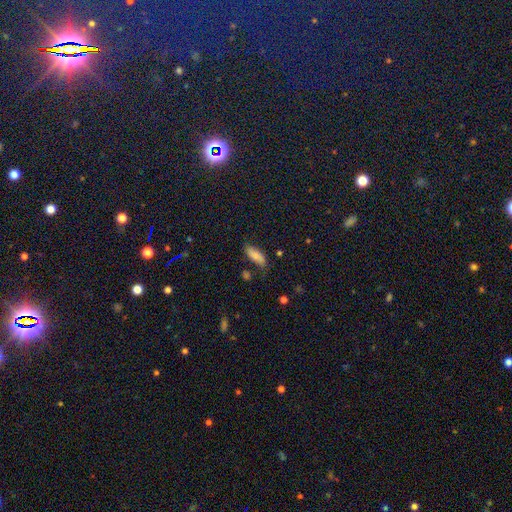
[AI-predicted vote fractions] This appears to be a smooth galaxy with no disk features (81%) that is in between round and cigar-shaped (69%). Merging: none (67%).